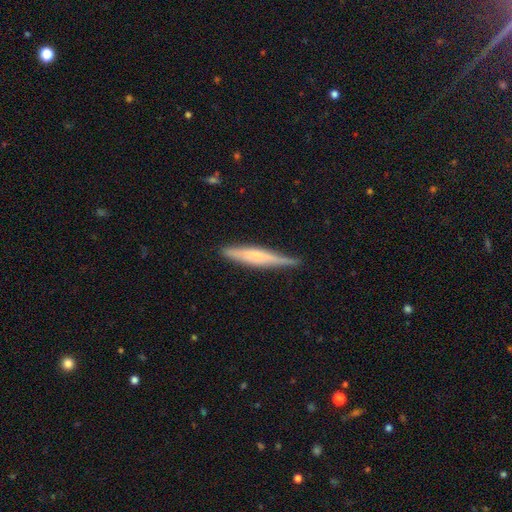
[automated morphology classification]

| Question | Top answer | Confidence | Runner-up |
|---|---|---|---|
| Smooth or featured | featured or disk | 49% | smooth (45%) |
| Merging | none | 79% | minor disturbance (17%) |